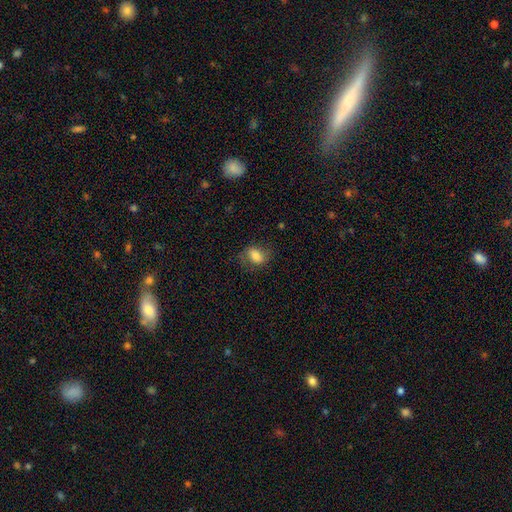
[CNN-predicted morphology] Smooth or featured? Predicted: smooth (p=0.72). How rounded? Predicted: in between (p=0.74). Merging? Predicted: none (p=0.67).